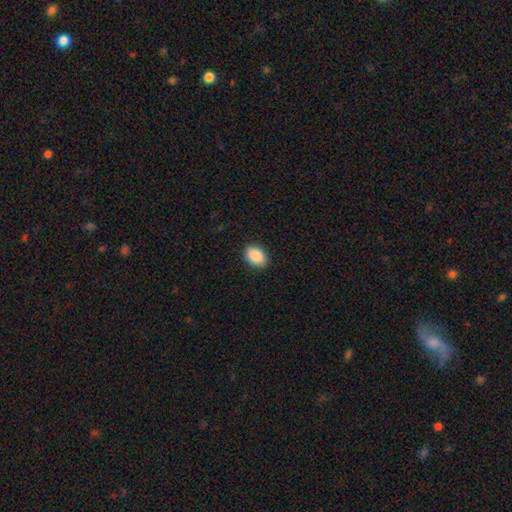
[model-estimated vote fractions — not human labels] smooth_or_featured: smooth (p=0.90) [alt: star or artifact p=0.07]
how_rounded: in between (p=0.86) [alt: round p=0.12]
merging: none (p=0.89) [alt: minor disturbance p=0.08]